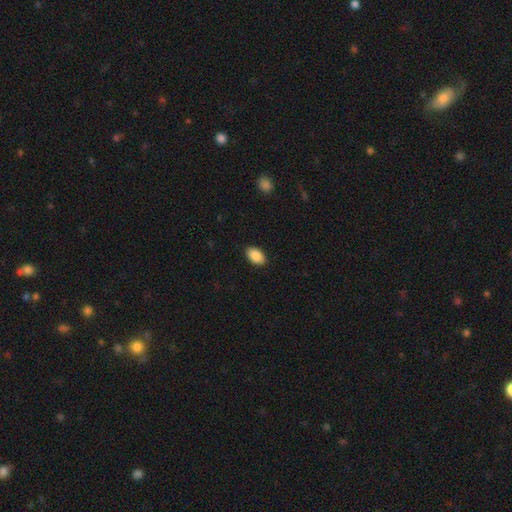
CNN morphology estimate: smooth_or_featured: smooth (p=0.90) [alt: star or artifact p=0.07]
how_rounded: in between (p=0.93) [alt: round p=0.06]
merging: none (p=0.90) [alt: minor disturbance p=0.07]